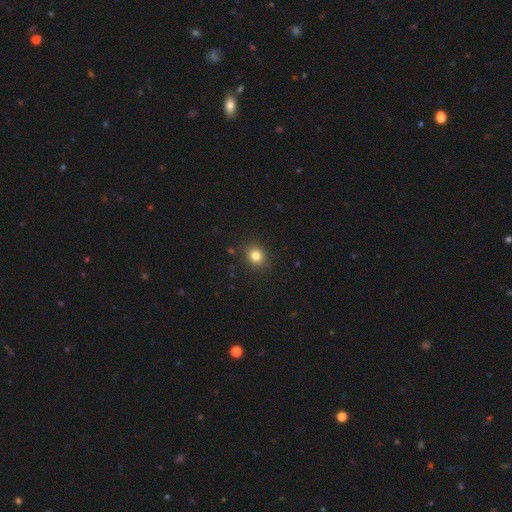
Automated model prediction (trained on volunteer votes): Smooth or featured?
  - smooth: 81% *
  - star or artifact: 12%
  - featured or disk: 6%
How rounded?
  - round: 72% *
  - in between: 27%
  - cigar-shaped: 1%
Merging?
  - none: 88% *
  - minor disturbance: 9%
  - major disturbance: 2%
  - merger: 1%